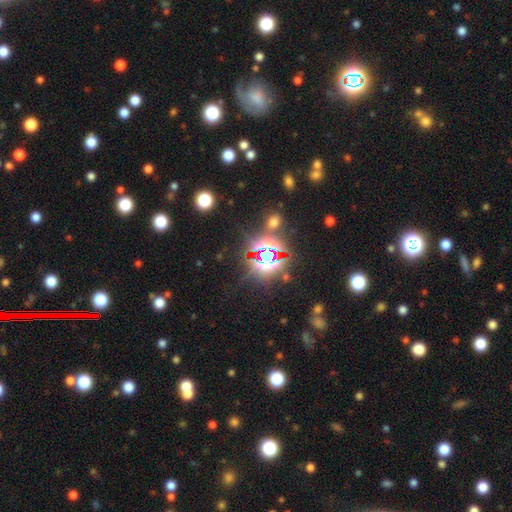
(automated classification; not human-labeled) A star or artifact, not a galaxy (77%).